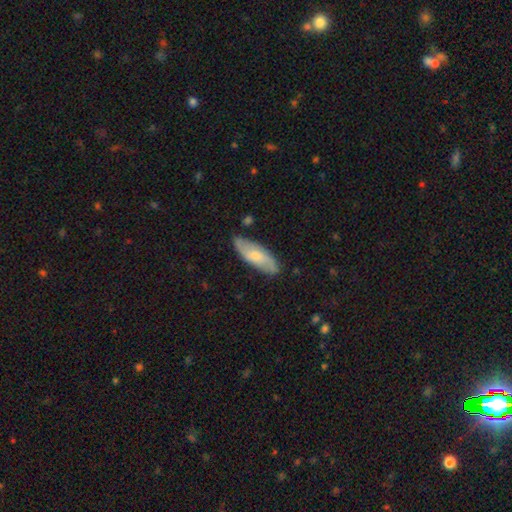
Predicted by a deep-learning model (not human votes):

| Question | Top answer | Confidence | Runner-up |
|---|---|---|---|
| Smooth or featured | smooth | 53% | featured or disk (42%) |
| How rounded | in between | 67% | cigar-shaped (31%) |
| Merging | none | 78% | minor disturbance (17%) |